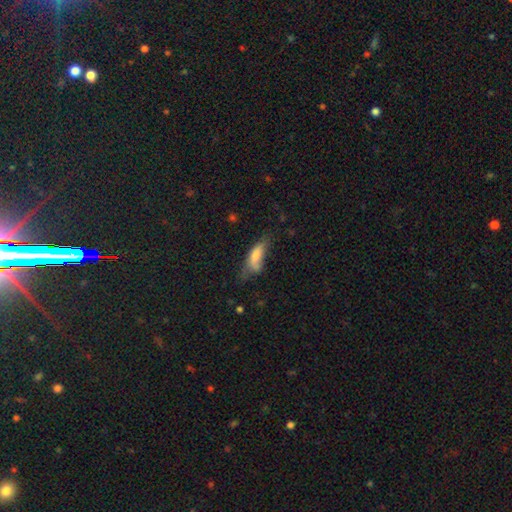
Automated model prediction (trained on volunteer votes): Smooth or featured?
  - smooth: 70% *
  - featured or disk: 22%
  - star or artifact: 9%
How rounded?
  - in between: 64% *
  - cigar-shaped: 33%
  - round: 3%
Merging?
  - minor disturbance: 34% *
  - none: 33%
  - major disturbance: 26%
  - merger: 7%